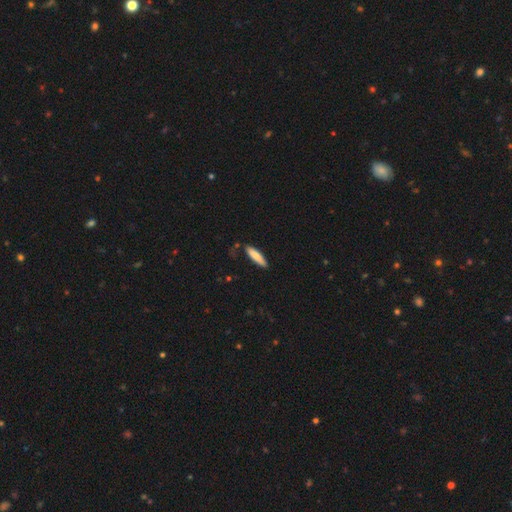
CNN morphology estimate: smooth 80%, featured or disk 15%, star or artifact 5%. Down the decision tree: how rounded — cigar-shaped (76%); merging — none (79%).